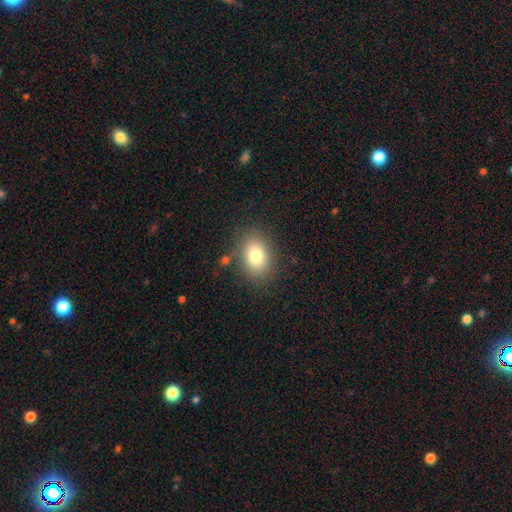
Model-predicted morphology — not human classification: smooth 79%, featured or disk 11%, star or artifact 10%. Down the decision tree: how rounded — in between (71%); merging — none (81%).